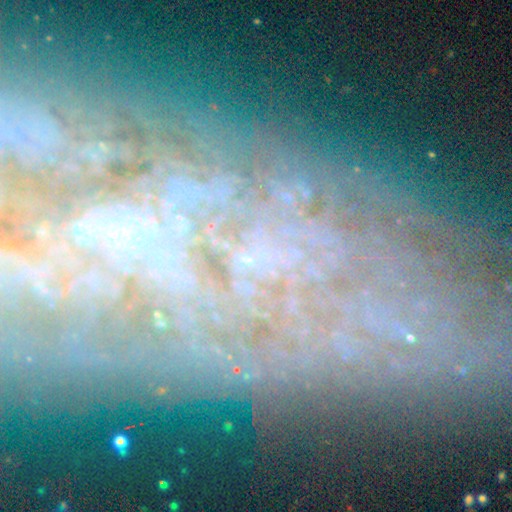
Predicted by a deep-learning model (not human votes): Smooth or featured? featured or disk (46%)
Merging? none (60%)